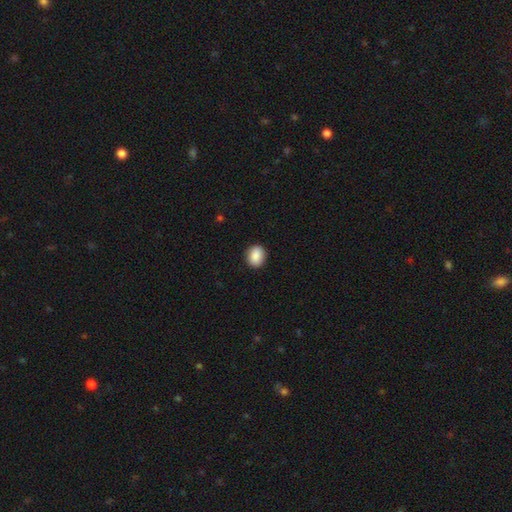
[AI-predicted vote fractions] This is clearly a smooth galaxy (89%). How rounded: possibly round (51%). Merging: clearly none (90%).